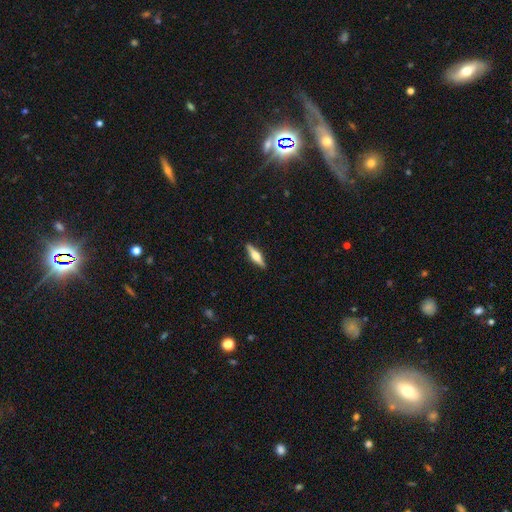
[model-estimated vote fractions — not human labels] The model was most divided on "smooth or featured": featured or disk: 55%, smooth: 39%, star or artifact: 6%. More confident: edge-on disk — yes (96%); merging — none (90%); edge-on bulge — rounded (88%).